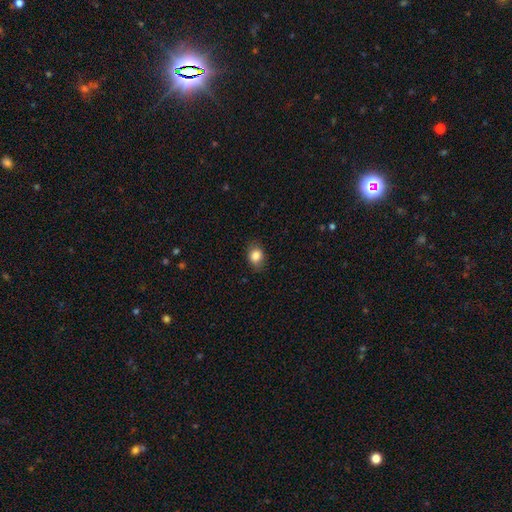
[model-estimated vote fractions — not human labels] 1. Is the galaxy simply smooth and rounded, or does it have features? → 84% smooth, 9% star or artifact, 7% featured or disk.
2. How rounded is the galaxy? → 59% in between, 40% round, 1% cigar-shaped.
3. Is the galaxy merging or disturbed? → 80% none, 15% minor disturbance, 4% major disturbance, 1% merger.